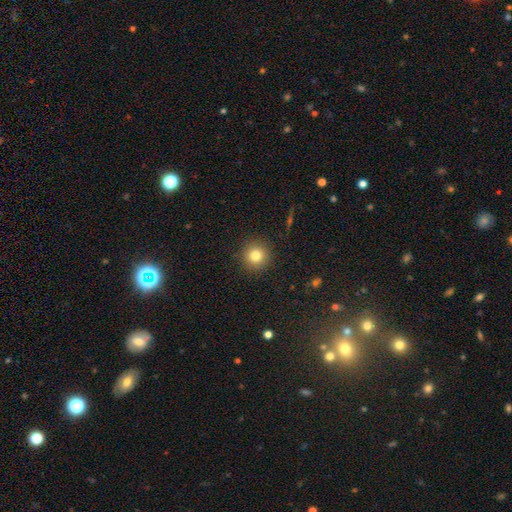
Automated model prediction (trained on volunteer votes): This is clearly a smooth galaxy (81%). How rounded: clearly round (94%). Merging: clearly none (91%).